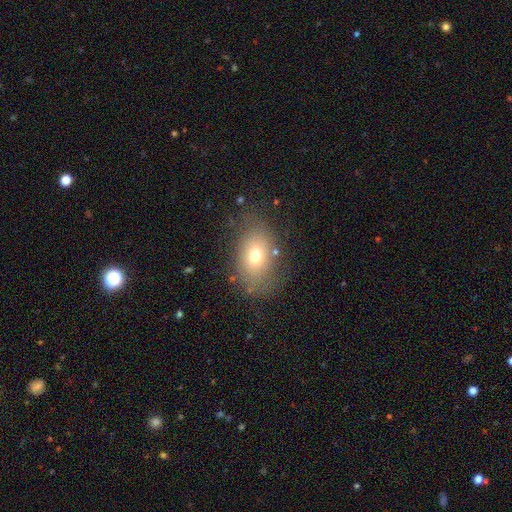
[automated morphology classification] A smooth galaxy with no disk features (69%) that is in between round and cigar-shaped (76%).

Vote fractions:
- Smooth or featured? smooth: 69% / featured or disk: 18% / star or artifact: 13%
- How rounded? in between: 76% / round: 23% / cigar-shaped: 1%
- Merging? none: 75% / minor disturbance: 15% / major disturbance: 7% / merger: 2%